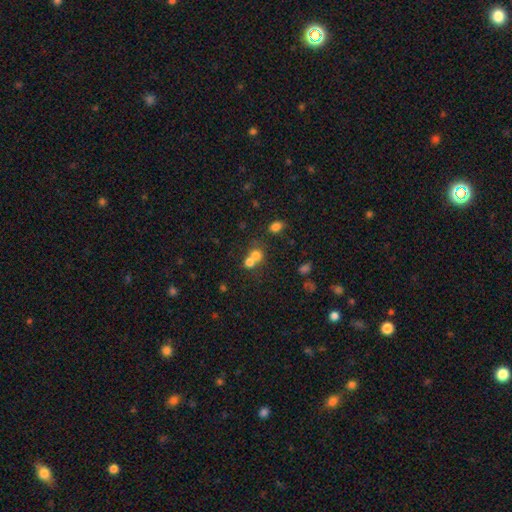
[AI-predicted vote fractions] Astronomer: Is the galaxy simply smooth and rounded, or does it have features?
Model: smooth — 72%.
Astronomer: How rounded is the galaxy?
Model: round — 77%.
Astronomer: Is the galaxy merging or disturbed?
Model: merger — 58%.